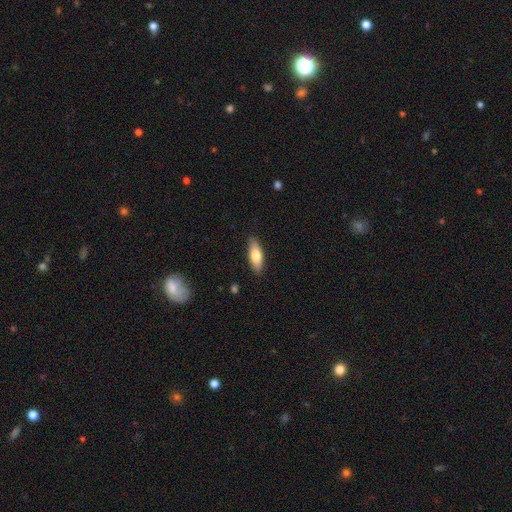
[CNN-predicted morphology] Q: Smooth or featured?
A: smooth (71%); runner-up: featured or disk (23%)
Q: How rounded?
A: in between (63%); runner-up: cigar-shaped (34%)
Q: Merging?
A: none (88%); runner-up: minor disturbance (9%)